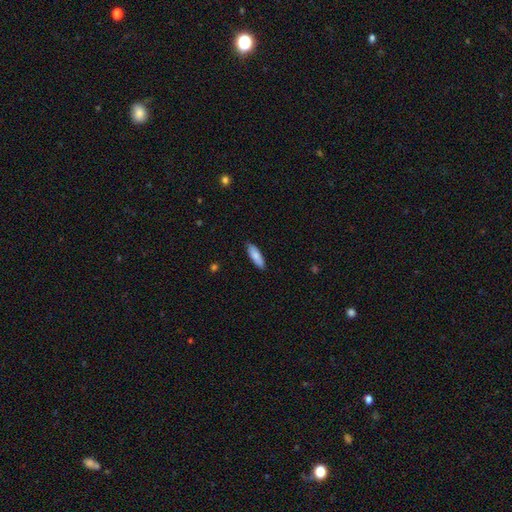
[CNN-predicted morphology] This is clearly a smooth galaxy (83%). How rounded: possibly in between (51%). Merging: clearly none (88%).